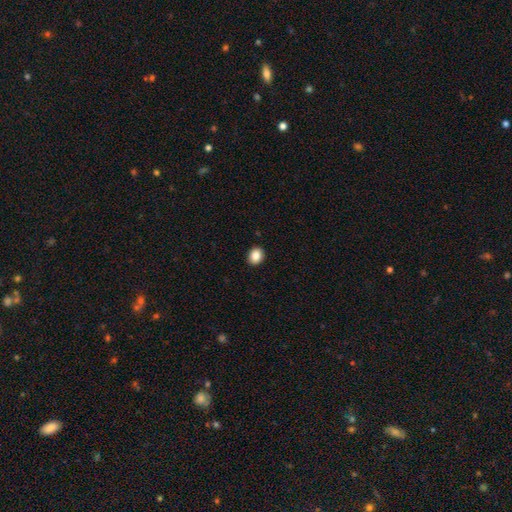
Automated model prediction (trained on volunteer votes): smooth-or-featured: smooth: 86% | star or artifact: 9% | featured or disk: 5%
  how-rounded: round: 59% | in between: 40% | cigar-shaped: 1%
  merging: none: 92% | minor disturbance: 6% | major disturbance: 2% | merger: 1%